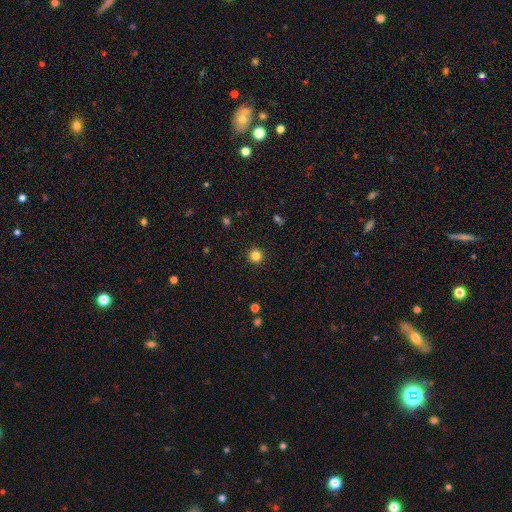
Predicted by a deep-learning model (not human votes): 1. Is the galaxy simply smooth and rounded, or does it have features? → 84% smooth, 12% star or artifact, 4% featured or disk.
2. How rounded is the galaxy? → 96% round, 3% in between, 1% cigar-shaped.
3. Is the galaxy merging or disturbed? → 93% none, 5% minor disturbance, 2% major disturbance, 1% merger.